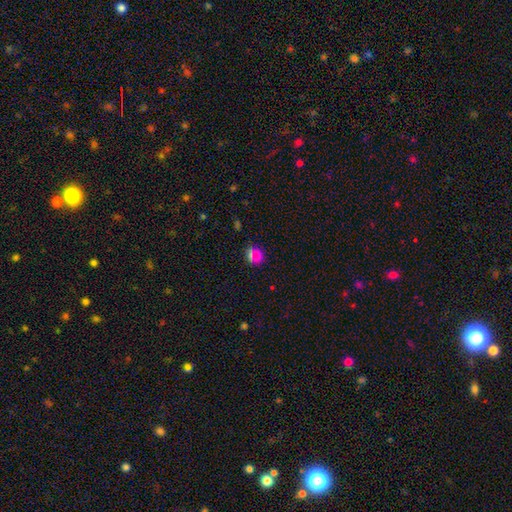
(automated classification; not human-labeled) Smooth or featured? Predicted: smooth (p=0.70). How rounded? Predicted: round (p=0.84). Merging? Predicted: none (p=0.76).